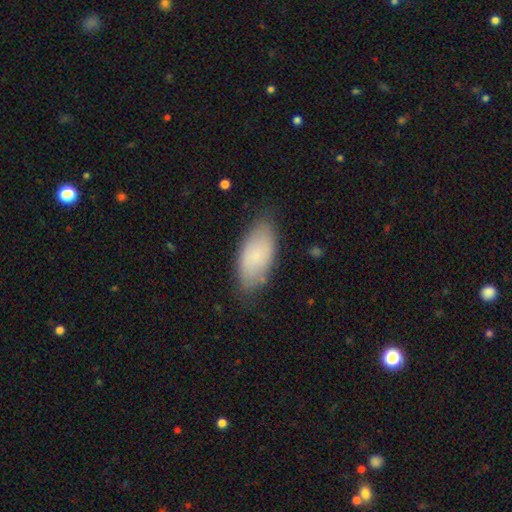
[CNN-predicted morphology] A smooth galaxy with no disk features (78%) that is in between round and cigar-shaped (90%). Merging: none (77%).